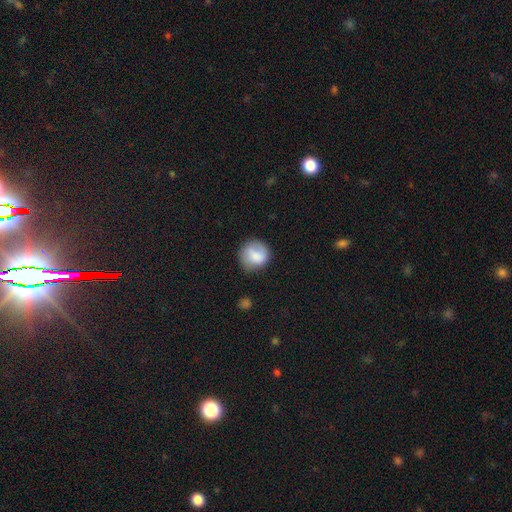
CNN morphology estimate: smooth-or-featured: smooth: 78% | featured or disk: 14% | star or artifact: 8%
  how-rounded: round: 86% | in between: 13% | cigar-shaped: 1%
  merging: none: 71% | minor disturbance: 21% | major disturbance: 7% | merger: 2%